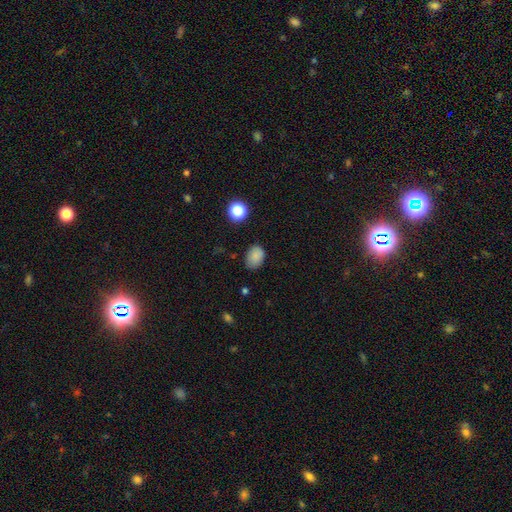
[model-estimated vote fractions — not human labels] This appears to be a smooth galaxy with no disk features (83%) that is in between round and cigar-shaped (76%). Merging: none (77%).